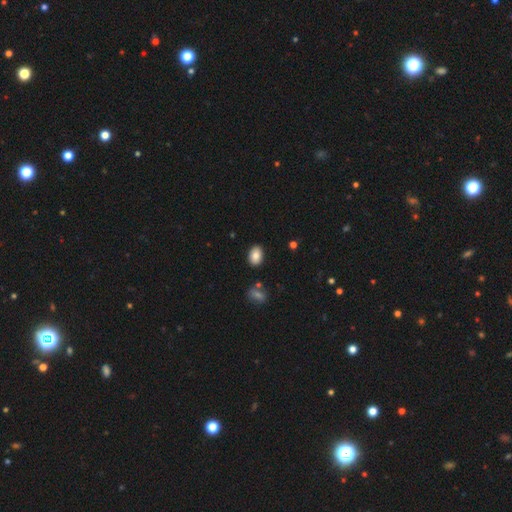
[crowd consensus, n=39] smooth 92%, star or artifact 5%, featured or disk 3%. Down the decision tree: how rounded — in between (67%); merging — none (89%).